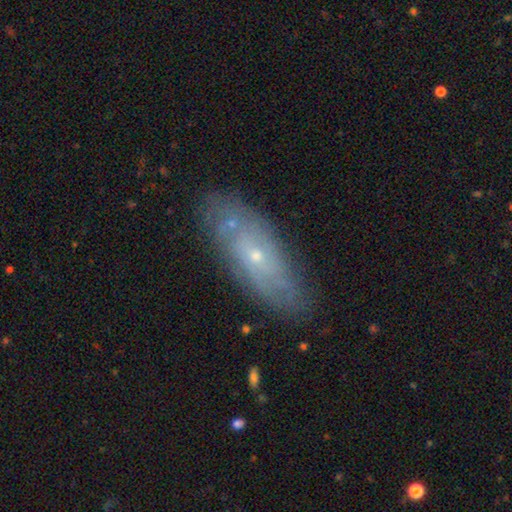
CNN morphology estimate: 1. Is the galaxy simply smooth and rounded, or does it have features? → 68% featured or disk, 24% smooth, 8% star or artifact.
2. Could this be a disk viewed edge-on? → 83% no, 17% yes.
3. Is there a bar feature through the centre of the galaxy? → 80% no, 17% weak, 3% strong.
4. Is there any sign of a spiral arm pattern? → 76% yes, 24% no.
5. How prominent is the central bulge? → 79% small, 18% moderate, 1% none, 1% large, 1% dominant.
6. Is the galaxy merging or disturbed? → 80% none, 15% minor disturbance, 3% major disturbance, 2% merger.